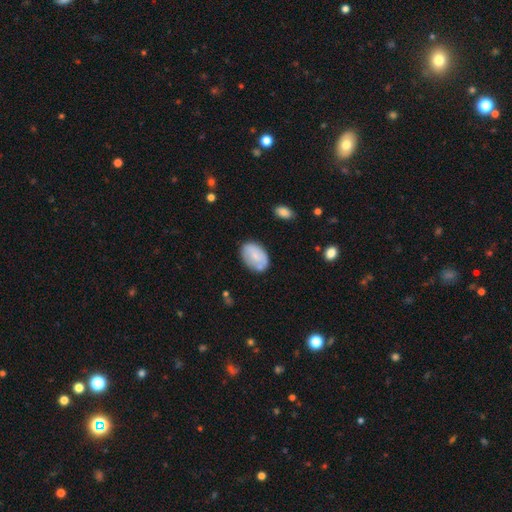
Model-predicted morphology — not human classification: smooth-or-featured: smooth: 70% | featured or disk: 24% | star or artifact: 7%
  how-rounded: in between: 87% | round: 12% | cigar-shaped: 1%
  merging: none: 68% | minor disturbance: 22% | major disturbance: 5% | merger: 5%